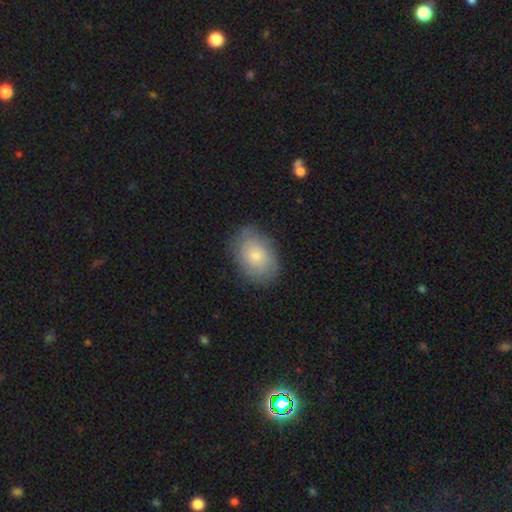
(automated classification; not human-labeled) Morphology: type=smooth (57%); roundness=in between (79%); merging=none (78%).